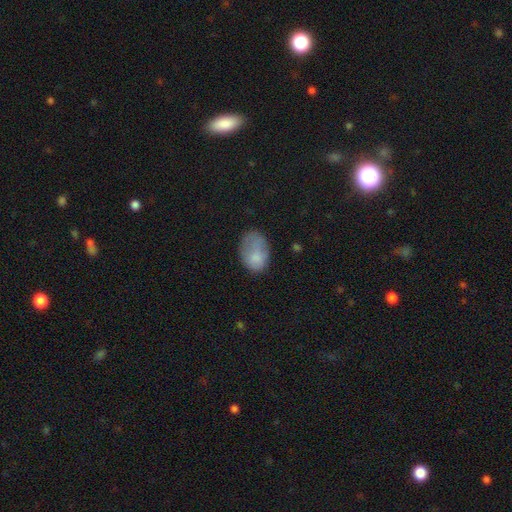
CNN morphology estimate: A smooth galaxy with no disk features (76%) that is in between round and cigar-shaped (80%). Merging: none (43%).